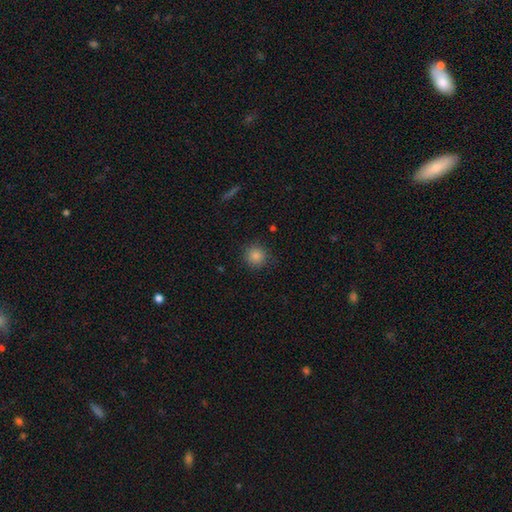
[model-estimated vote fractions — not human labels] Smooth or featured?
  - smooth: 84% *
  - star or artifact: 11%
  - featured or disk: 5%
How rounded?
  - round: 93% *
  - in between: 6%
  - cigar-shaped: 1%
Merging?
  - none: 87% *
  - minor disturbance: 10%
  - major disturbance: 3%
  - merger: 1%